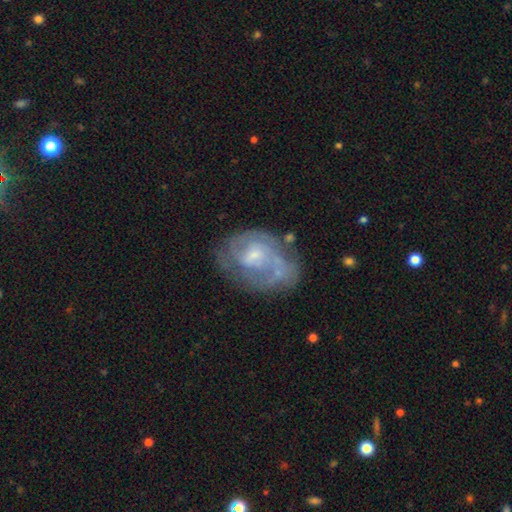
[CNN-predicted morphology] smooth-or-featured: featured or disk: 72% | smooth: 21% | star or artifact: 7%
  disk-edge-on: no: 97% | yes: 3%
    bar: no: 55% | weak: 38% | strong: 7%
    has-spiral-arms: yes: 72% | no: 28%
    bulge-size: small: 58% | moderate: 28% | none: 10% | large: 3% | dominant: 1%
  merging: none: 46% | minor disturbance: 23% | major disturbance: 21% | merger: 9%